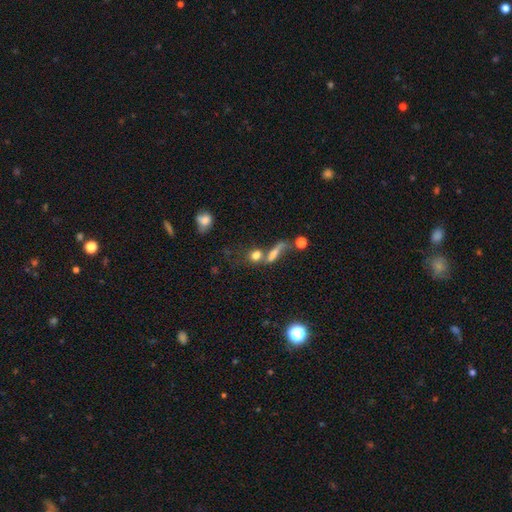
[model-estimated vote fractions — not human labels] The model was most divided on "merging": merger: 44%, none: 32%, major disturbance: 13%, minor disturbance: 11%. Remaining: smooth or featured — smooth (70%); how rounded — round (48%).